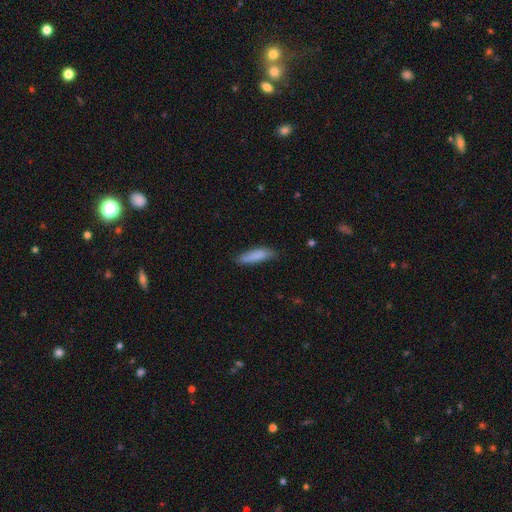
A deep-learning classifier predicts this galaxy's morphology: Smooth or featured? smooth (85%)
How rounded? cigar-shaped (67%)
Merging? none (77%)